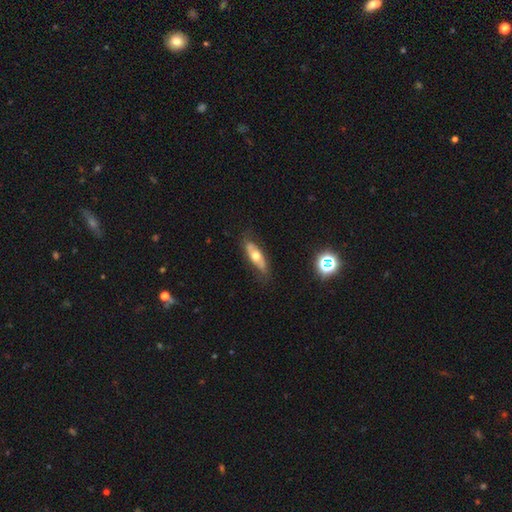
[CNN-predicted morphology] A featured or disk galaxy (52%).

Vote fractions:
- Smooth or featured? featured or disk: 52% / smooth: 41% / star or artifact: 6%
- Edge-on disk? no: 63% / yes: 37%
- Merging? none: 74% / minor disturbance: 19% / major disturbance: 6% / merger: 1%